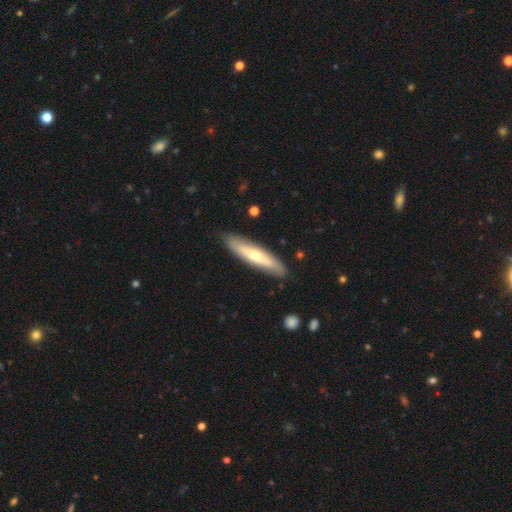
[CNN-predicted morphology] Smooth or featured: smooth — 49% (featured or disk — 46%)
Merging: none — 86% (minor disturbance — 11%)